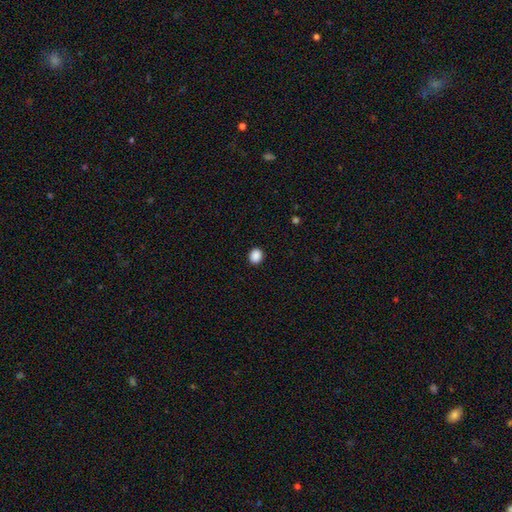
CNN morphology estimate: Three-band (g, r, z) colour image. It shows a smooth galaxy with no disk features (89%) that is round (76%). Merging: none (92%).